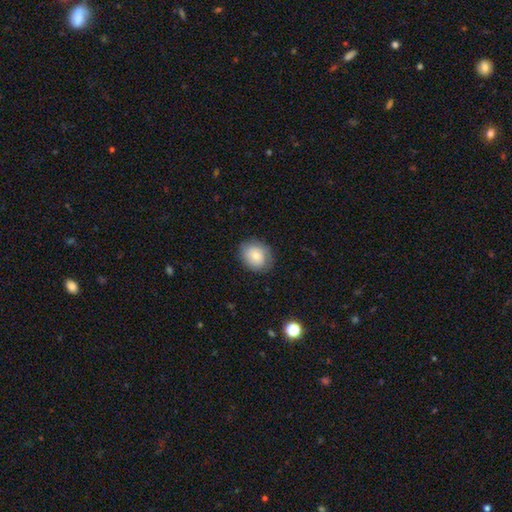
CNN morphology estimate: Smooth or featured: smooth — 76% (featured or disk — 16%)
How rounded: round — 59% (in between — 40%)
Merging: none — 81% (minor disturbance — 14%)